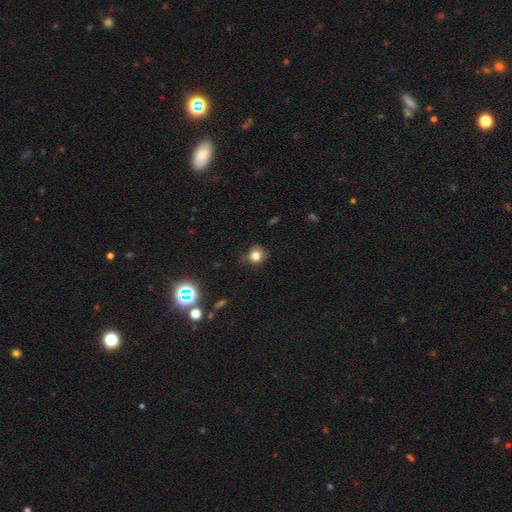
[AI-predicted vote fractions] This is likely a smooth galaxy (78%). How rounded: clearly round (81%). Merging: likely none (68%).